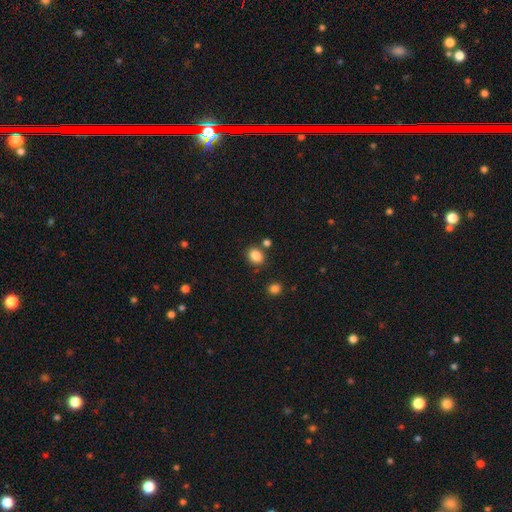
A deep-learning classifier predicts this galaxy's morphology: smooth_or_featured: smooth (p=0.86) [alt: star or artifact p=0.10]
how_rounded: in between (p=0.51) [alt: round p=0.48]
merging: none (p=0.78) [alt: minor disturbance p=0.10]